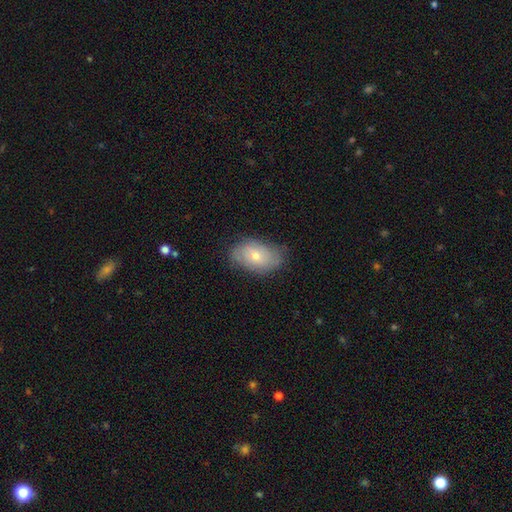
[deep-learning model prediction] Overall: smooth (65%; featured or disk 28%). How rounded: in between (90%). Merging: none (72%).